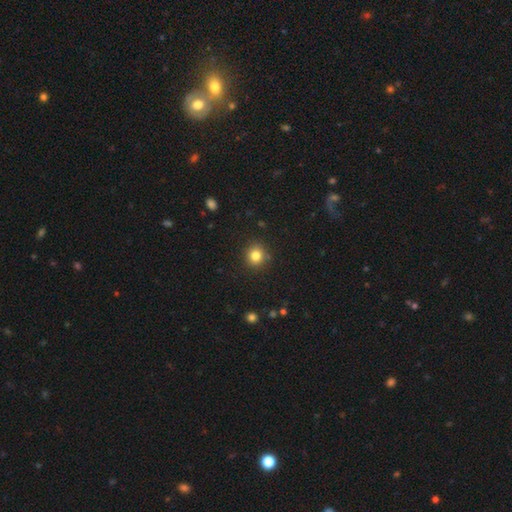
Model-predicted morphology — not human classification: Smooth or featured? smooth (82%)
How rounded? round (90%)
Merging? none (89%)